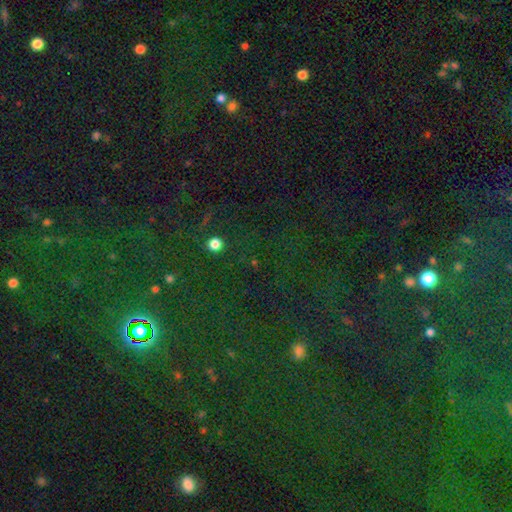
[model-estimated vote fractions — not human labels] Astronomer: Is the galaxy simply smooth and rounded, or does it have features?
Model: star or artifact — 79%.